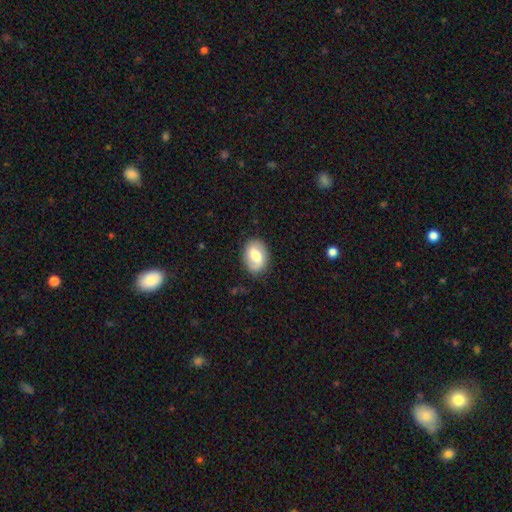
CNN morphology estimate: A smooth galaxy with no disk features (59%) that is in between round and cigar-shaped (76%). Merging: none (81%).